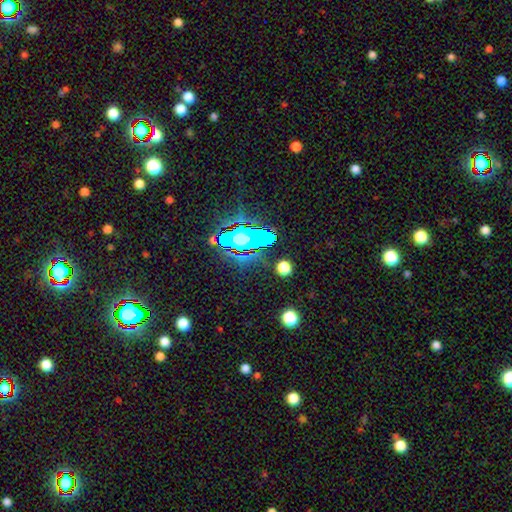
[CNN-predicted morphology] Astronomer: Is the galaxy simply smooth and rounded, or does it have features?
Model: star or artifact — 76%.